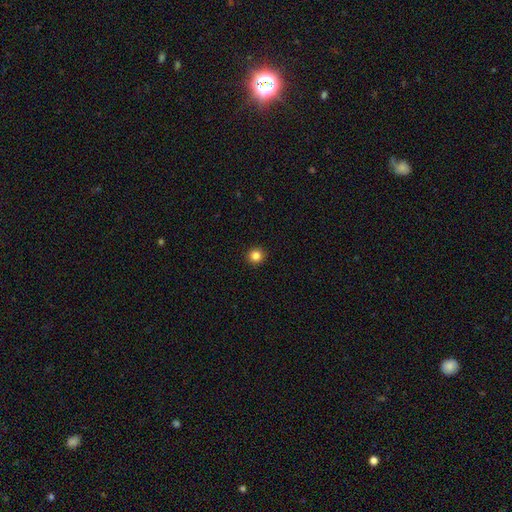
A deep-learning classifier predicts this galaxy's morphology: Smooth or featured: smooth — 84% (star or artifact — 11%)
How rounded: round — 95% (in between — 4%)
Merging: none — 94% (minor disturbance — 4%)